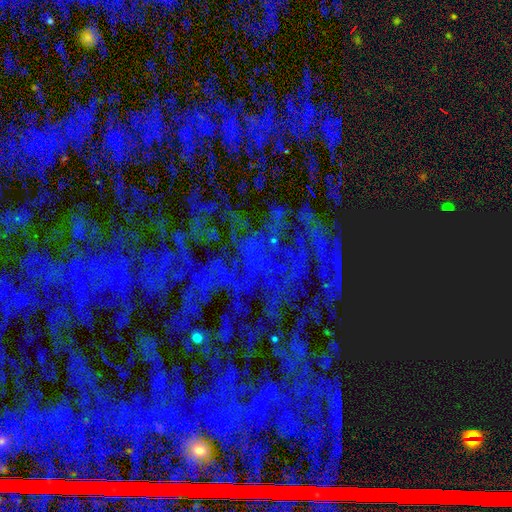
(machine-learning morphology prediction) Smooth or featured?
  - star or artifact: 84% *
  - smooth: 8%
  - featured or disk: 8%